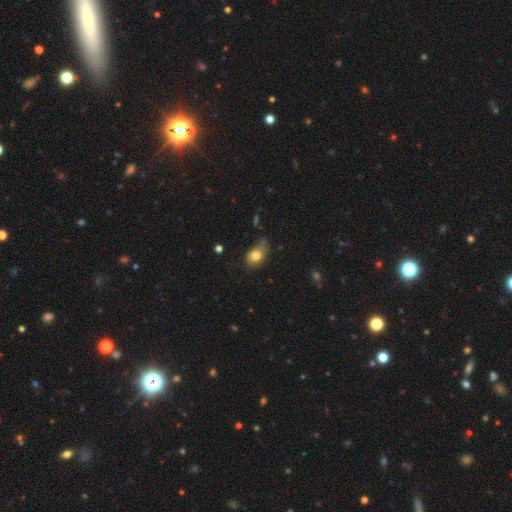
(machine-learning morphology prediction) smooth-or-featured: smooth: 75% | featured or disk: 16% | star or artifact: 9%
  how-rounded: in between: 75% | round: 23% | cigar-shaped: 2%
  merging: none: 44% | minor disturbance: 39% | major disturbance: 14% | merger: 4%